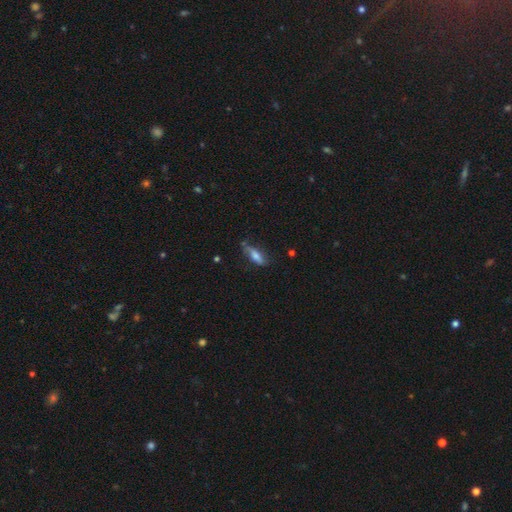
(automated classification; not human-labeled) smooth 61%, featured or disk 31%, star or artifact 8%. Down the decision tree: how rounded — in between (51%); merging — none (56%).